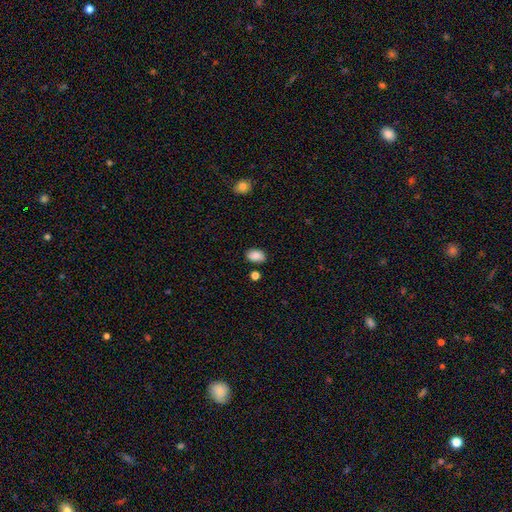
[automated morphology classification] This appears to be a smooth galaxy with no disk features (86%) that is in between round and cigar-shaped (89%). Merging: none (80%).